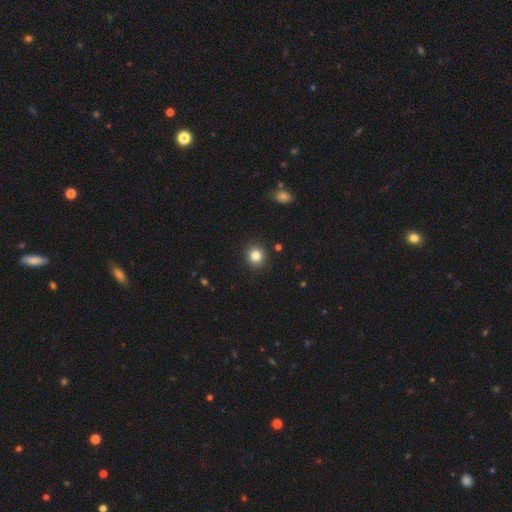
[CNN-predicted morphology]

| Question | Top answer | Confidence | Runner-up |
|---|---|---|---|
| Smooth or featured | smooth | 83% | star or artifact (11%) |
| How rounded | round | 88% | in between (11%) |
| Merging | none | 91% | minor disturbance (6%) |